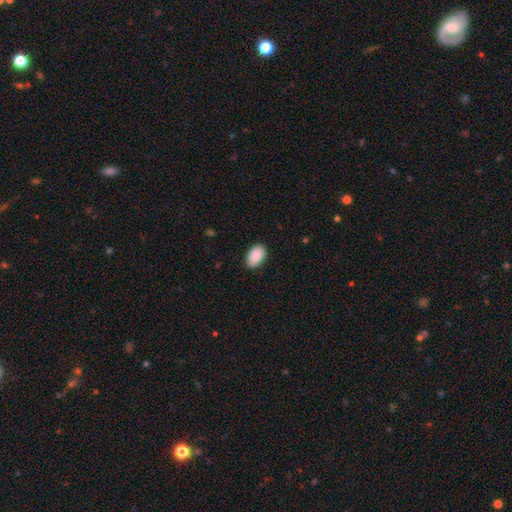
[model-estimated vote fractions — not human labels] Smooth or featured? Predicted: smooth (p=0.89). How rounded? Predicted: in between (p=0.88). Merging? Predicted: none (p=0.85).